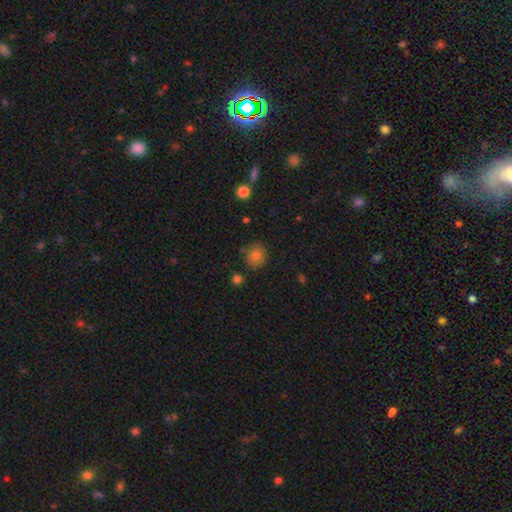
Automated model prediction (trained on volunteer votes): This is likely a smooth galaxy (80%). How rounded: clearly round (90%). Merging: clearly none (85%).